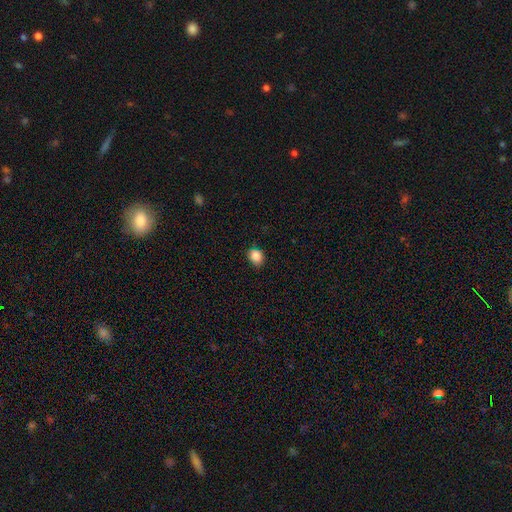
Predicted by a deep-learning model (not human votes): Smooth or featured? smooth (86%)
How rounded? round (56%)
Merging? none (83%)